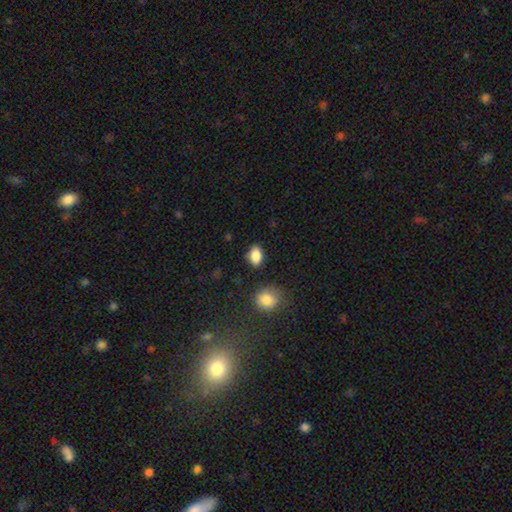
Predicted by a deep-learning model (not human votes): This appears to be a smooth galaxy with no disk features (86%) that is in between round and cigar-shaped (85%). Merging: none (81%).